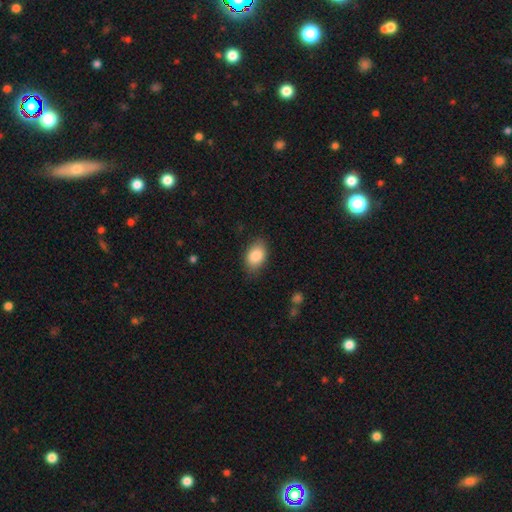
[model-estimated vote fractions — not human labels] Smooth or featured? smooth (87%)
How rounded? in between (88%)
Merging? none (81%)